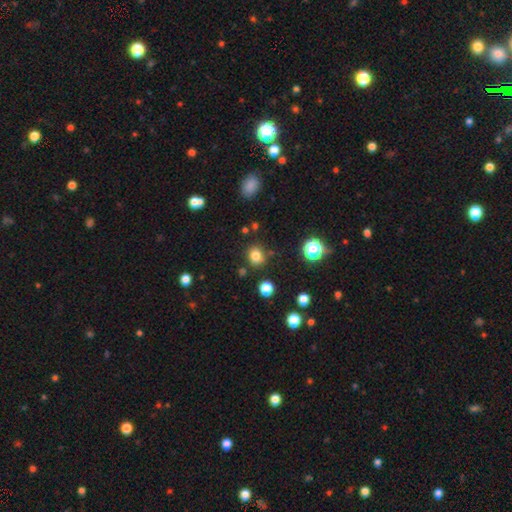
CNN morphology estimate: This appears to be a smooth galaxy with no disk features (79%) that is round (76%). Merging: none (81%).